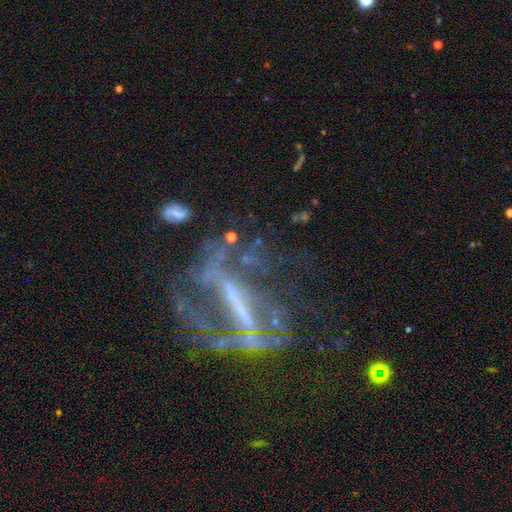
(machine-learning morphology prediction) The model was most divided on "bulge size": none: 37%, small: 36%, moderate: 21%, large: 4%, dominant: 2%. Remaining: edge-on disk — no (80%); smooth or featured — featured or disk (77%); bar — strong (69%); spiral arms — yes (56%); merging — none (44%).